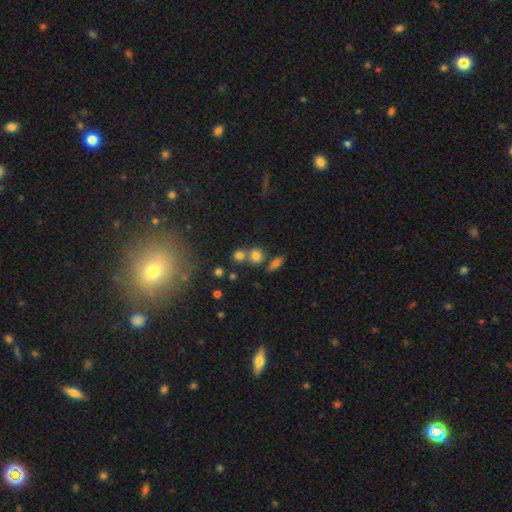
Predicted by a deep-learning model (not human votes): Morphology: type=smooth (74%); roundness=round (80%); merging=none (53%).